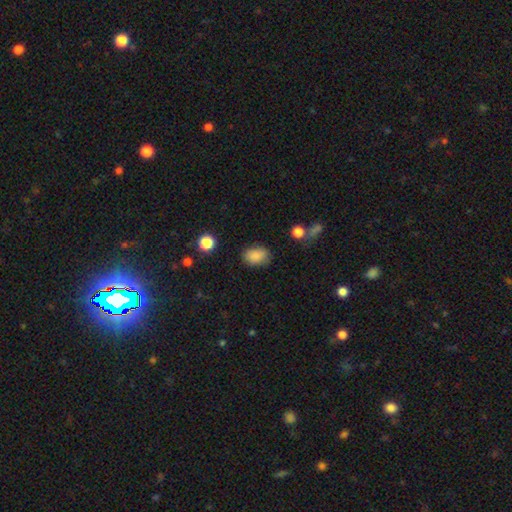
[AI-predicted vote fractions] Smooth or featured: smooth — 85% (star or artifact — 10%)
How rounded: in between — 76% (round — 23%)
Merging: none — 74% (minor disturbance — 19%)